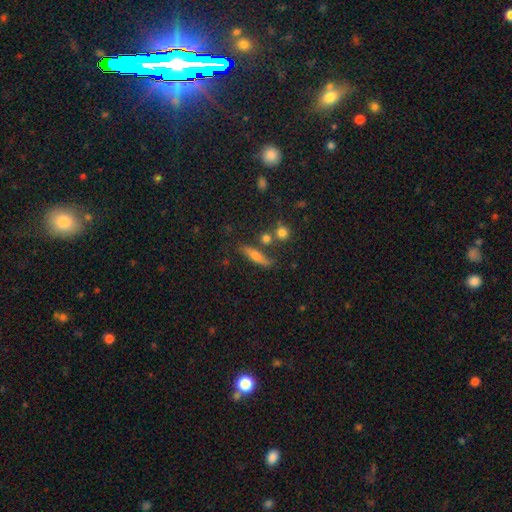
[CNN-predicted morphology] Smooth or featured: smooth — 56% (featured or disk — 35%)
How rounded: cigar-shaped — 73% (in between — 22%)
Merging: none — 72% (minor disturbance — 14%)